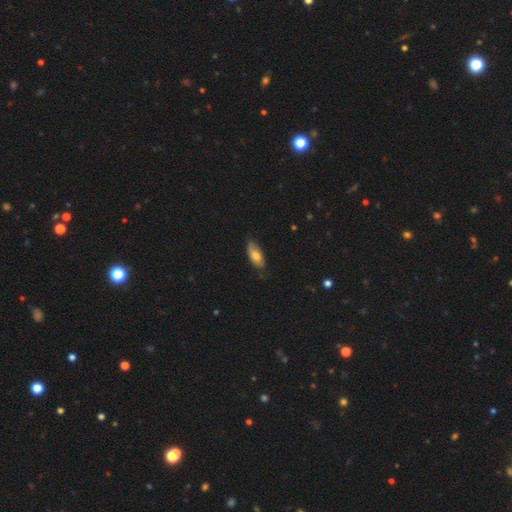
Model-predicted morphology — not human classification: Smooth or featured?
  - smooth: 68% *
  - featured or disk: 26%
  - star or artifact: 6%
How rounded?
  - in between: 85% *
  - cigar-shaped: 13%
  - round: 2%
Merging?
  - none: 72% *
  - minor disturbance: 24%
  - major disturbance: 4%
  - merger: 1%